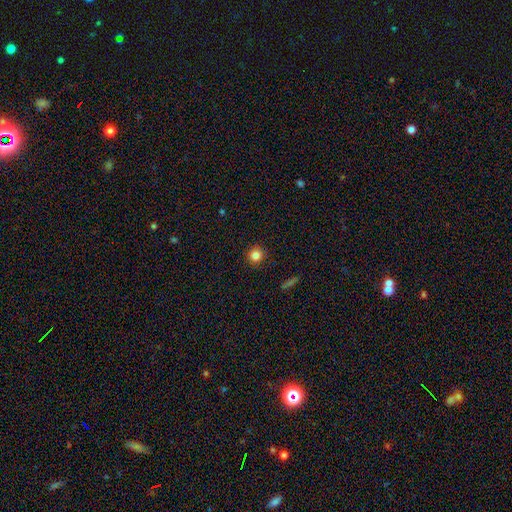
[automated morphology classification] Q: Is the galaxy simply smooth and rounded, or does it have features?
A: smooth — 83%.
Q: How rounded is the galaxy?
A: round — 94%.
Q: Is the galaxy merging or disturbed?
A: none — 91%.